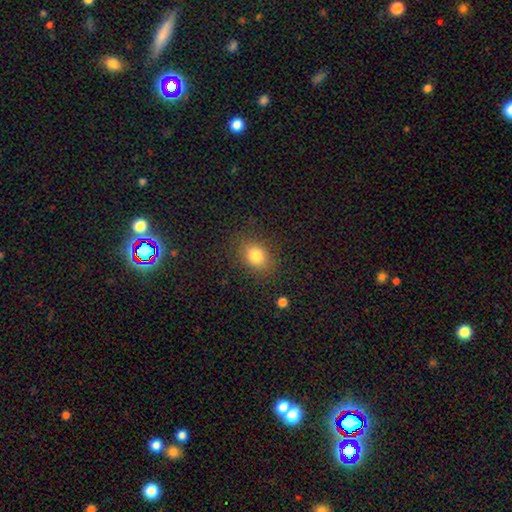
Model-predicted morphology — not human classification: Q: Smooth or featured?
A: smooth (81%); runner-up: star or artifact (11%)
Q: How rounded?
A: in between (51%); runner-up: round (48%)
Q: Merging?
A: none (84%); runner-up: minor disturbance (11%)